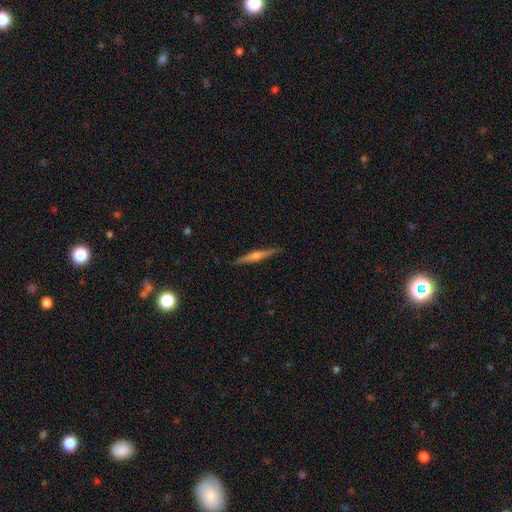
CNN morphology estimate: Smooth or featured?
  - featured or disk: 69% *
  - smooth: 24%
  - star or artifact: 7%
Edge-on disk?
  - yes: 98% *
  - no: 2%
Edge-on bulge?
  - rounded: 72% *
  - none: 14%
  - boxy: 14%
Merging?
  - none: 91% *
  - minor disturbance: 7%
  - major disturbance: 1%
  - merger: 1%